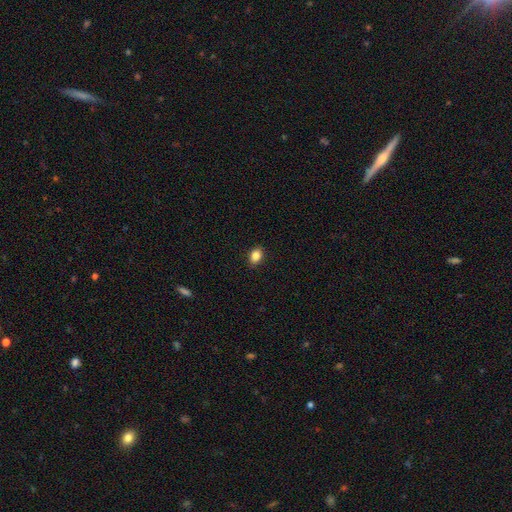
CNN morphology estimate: Smooth or featured? smooth (85%)
How rounded? in between (73%)
Merging? none (90%)